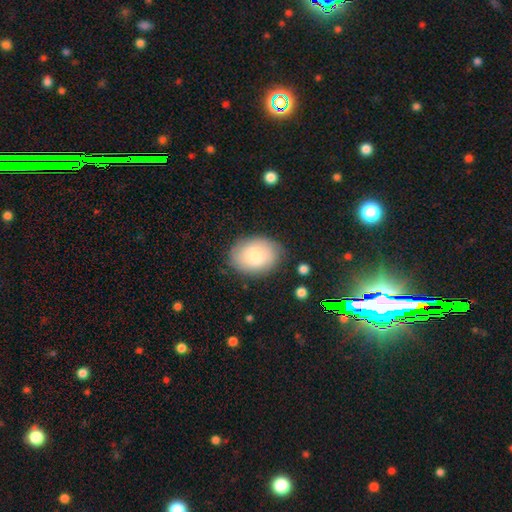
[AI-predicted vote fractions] smooth 78%, featured or disk 15%, star or artifact 7%. Down the decision tree: how rounded — in between (68%); merging — none (81%).